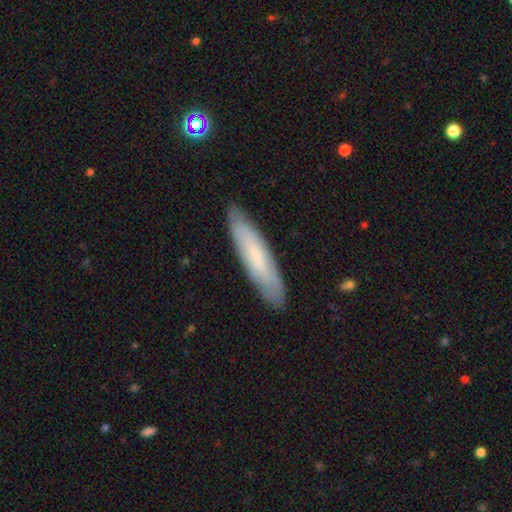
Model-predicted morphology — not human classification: A smooth galaxy with no disk features (55%) that is cigar-shaped (77%).

Vote fractions:
- Smooth or featured? smooth: 55% / featured or disk: 38% / star or artifact: 7%
- How rounded? cigar-shaped: 77% / in between: 21% / round: 1%
- Merging? none: 86% / minor disturbance: 11% / major disturbance: 2% / merger: 1%